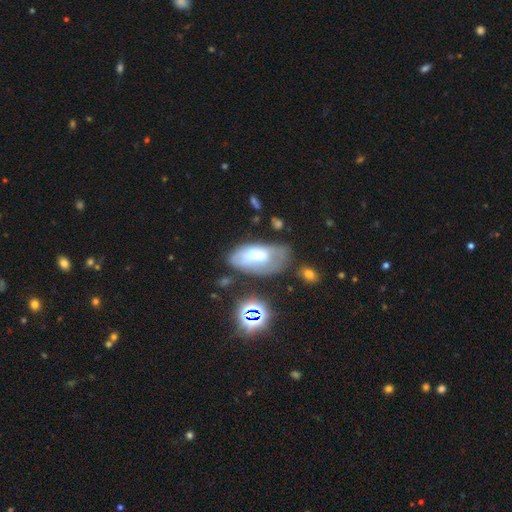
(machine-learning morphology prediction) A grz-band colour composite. It shows a smooth galaxy with no disk features (47%). Merging: none (38%).